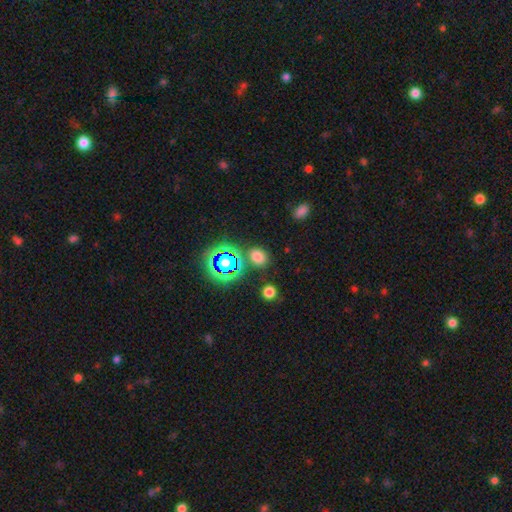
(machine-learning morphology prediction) Overall: smooth (67%). How rounded: in between (53%; round 46%). Merging: none (80%).